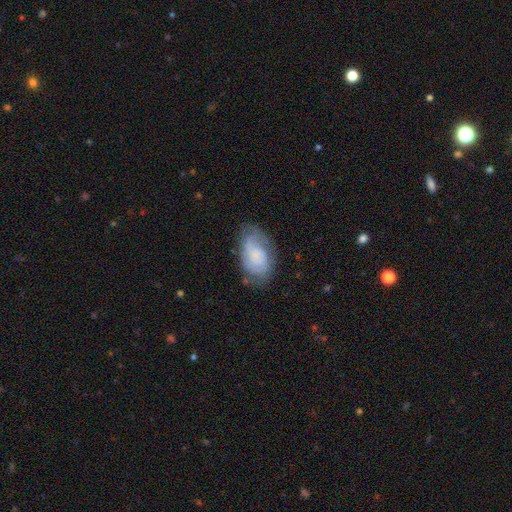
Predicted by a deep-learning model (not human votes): Overall: featured or disk (53%; smooth 39%). Edge-on disk: no (97%). Bar: no (70%). Spiral arms: yes (85%). Bulge size: none (46%; small 32%). Merging: none (64%; minor disturbance 24%).